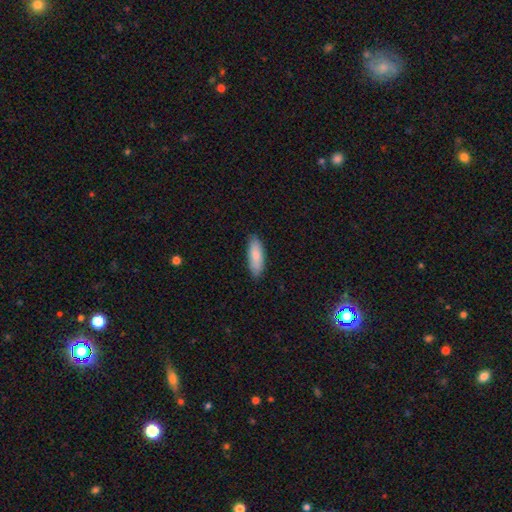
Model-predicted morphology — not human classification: smooth_or_featured: smooth (p=0.85) [alt: featured or disk p=0.09]
how_rounded: in between (p=0.62) [alt: cigar-shaped p=0.37]
merging: none (p=0.86) [alt: minor disturbance p=0.11]